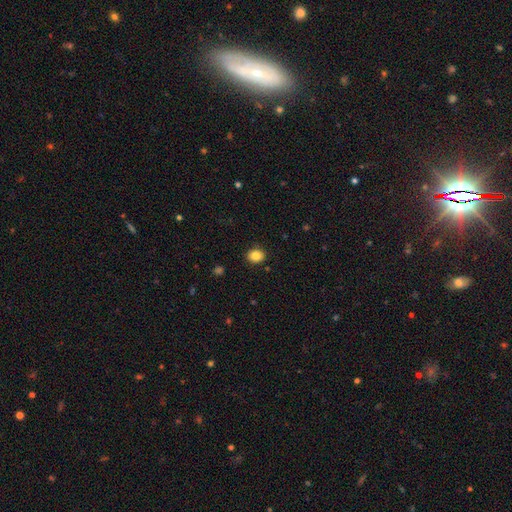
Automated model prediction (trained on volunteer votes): Smooth or featured? smooth (85%)
How rounded? round (61%)
Merging? none (89%)